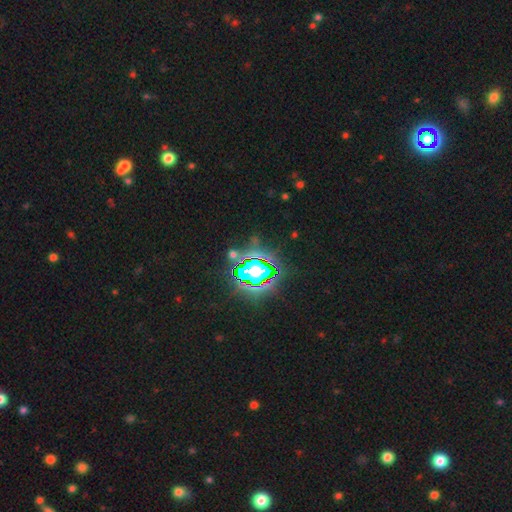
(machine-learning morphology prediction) smooth-or-featured: star or artifact: 83% | smooth: 10% | featured or disk: 7%